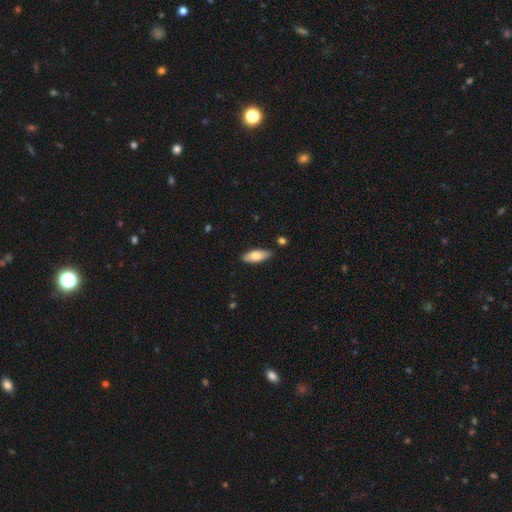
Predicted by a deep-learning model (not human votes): This is likely a smooth galaxy (75%). How rounded: likely in between (75%). Merging: clearly none (86%).